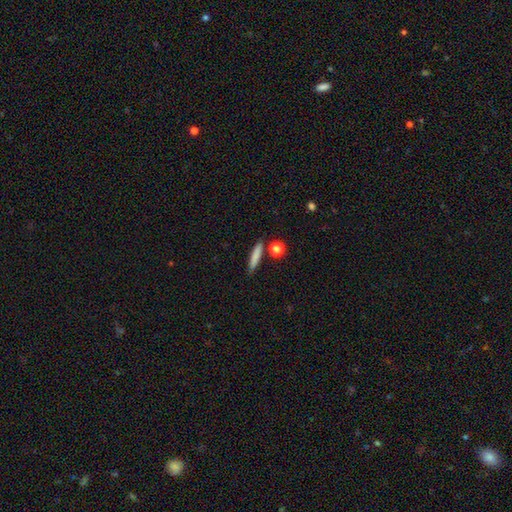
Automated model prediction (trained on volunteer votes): Q: Smooth or featured?
A: smooth (80%); runner-up: featured or disk (13%)
Q: How rounded?
A: cigar-shaped (82%); runner-up: in between (13%)
Q: Merging?
A: none (81%); runner-up: minor disturbance (10%)